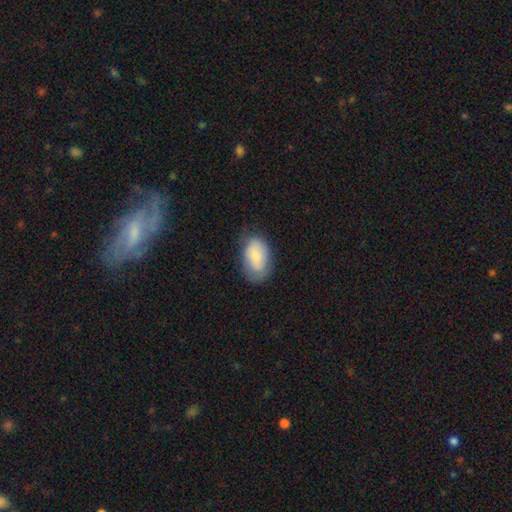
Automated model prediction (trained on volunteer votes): Smooth or featured? Predicted: smooth (p=0.75). How rounded? Predicted: in between (p=0.91). Merging? Predicted: none (p=0.71).